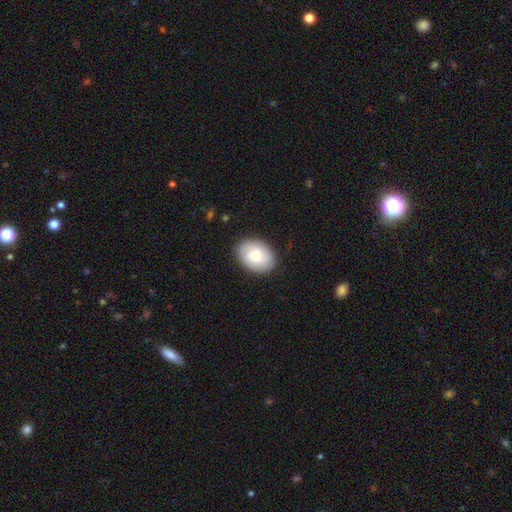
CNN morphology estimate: smooth_or_featured: smooth (p=0.68) [alt: featured or disk p=0.26]
how_rounded: in between (p=0.72) [alt: round p=0.27]
merging: none (p=0.86) [alt: minor disturbance p=0.10]